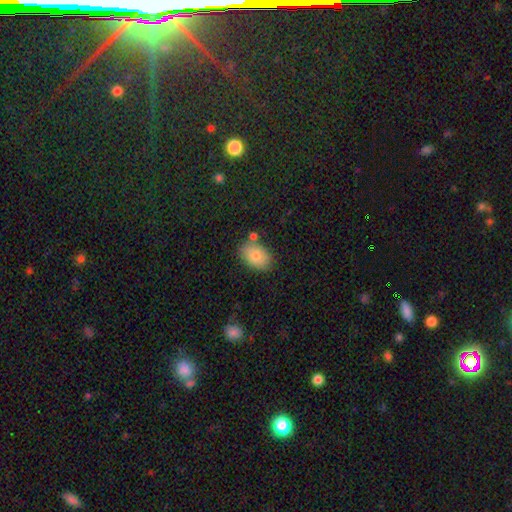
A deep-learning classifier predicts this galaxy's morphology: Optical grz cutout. It shows a smooth galaxy with no disk features (80%) that is in between round and cigar-shaped (87%). Merging: none (75%).